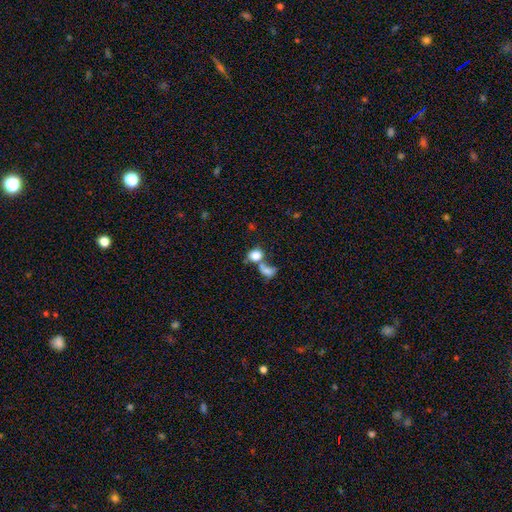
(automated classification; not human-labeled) This appears to be a smooth galaxy with no disk features (79%) that is round (62%). Merging: merger (57%).